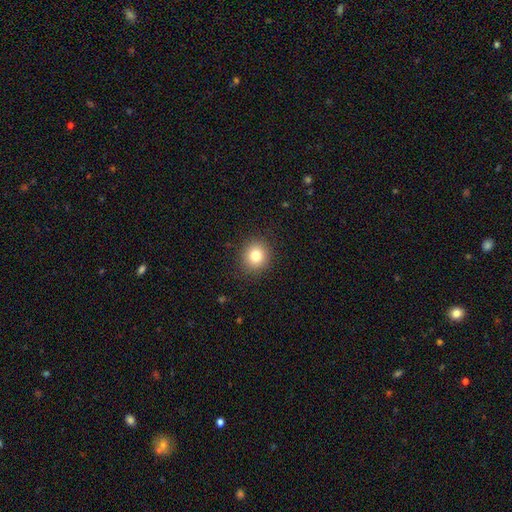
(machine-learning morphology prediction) This is clearly a smooth galaxy (81%). How rounded: clearly round (80%). Merging: clearly none (89%).